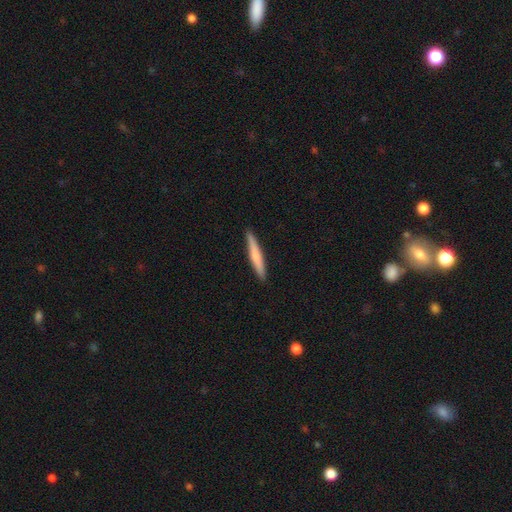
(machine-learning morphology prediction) Overall: smooth (64%; featured or disk 31%). How rounded: cigar-shaped (95%). Merging: none (91%).